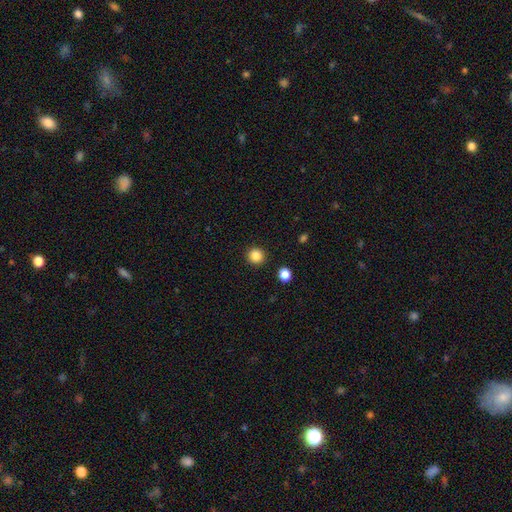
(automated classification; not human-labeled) smooth_or_featured: smooth (p=0.85) [alt: star or artifact p=0.11]
how_rounded: round (p=0.93) [alt: in between p=0.06]
merging: none (p=0.92) [alt: minor disturbance p=0.05]